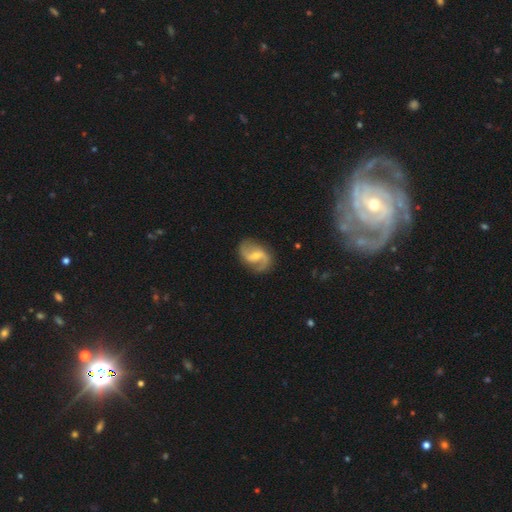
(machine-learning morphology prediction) type=featured or disk (88%); edge-on=no (98%); bar=weak (54%); spiral arms=yes (97%); winding=loose (47%); arm count=2 (92%); bulge=small (53%); merging=none (81%).